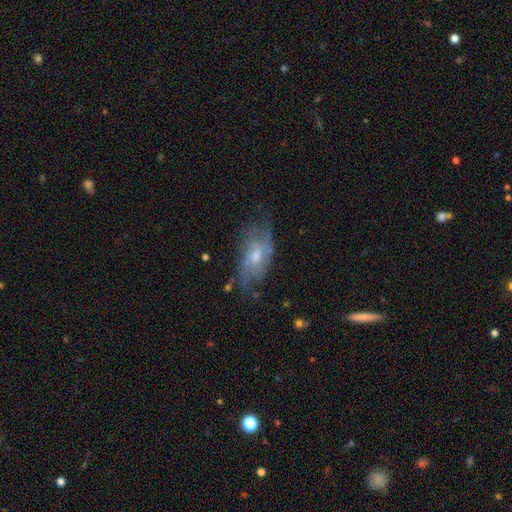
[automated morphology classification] Smooth or featured? Predicted: featured or disk (p=0.61). Edge-on disk? Predicted: no (p=0.91). Bar? Predicted: no (p=0.63). Spiral arms? Predicted: yes (p=0.70). Bulge size? Predicted: moderate (p=0.57). Merging? Predicted: none (p=0.53).